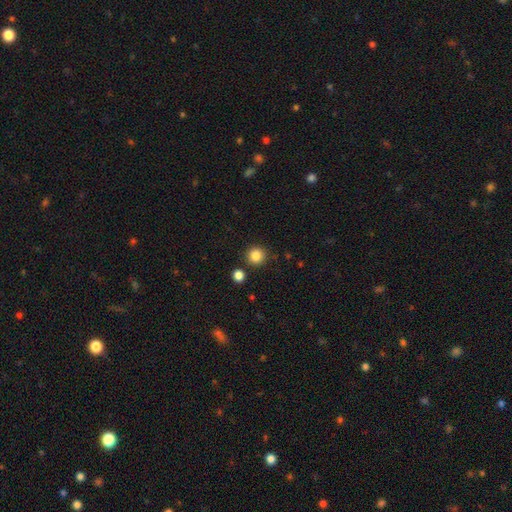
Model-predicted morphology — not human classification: smooth-or-featured: smooth: 85% | star or artifact: 11% | featured or disk: 4%
  how-rounded: round: 93% | in between: 6% | cigar-shaped: 1%
  merging: none: 86% | minor disturbance: 7% | merger: 5% | major disturbance: 2%